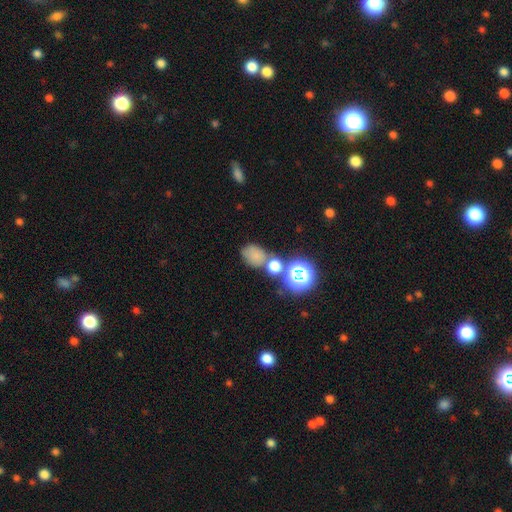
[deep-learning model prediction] Smooth or featured? smooth (67%)
How rounded? in between (55%)
Merging? none (48%)